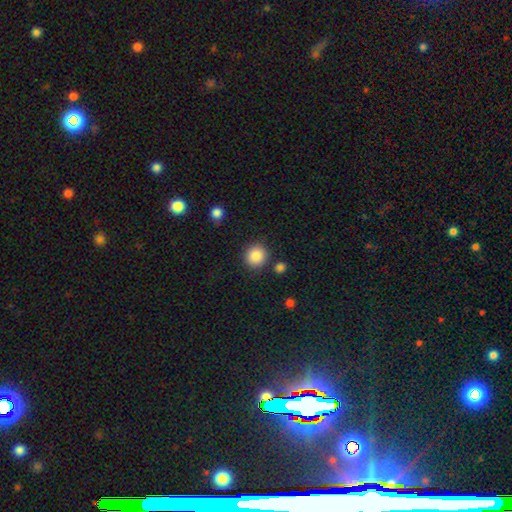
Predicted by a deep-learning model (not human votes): Morphology: type=smooth (88%); roundness=round (89%); merging=none (86%).